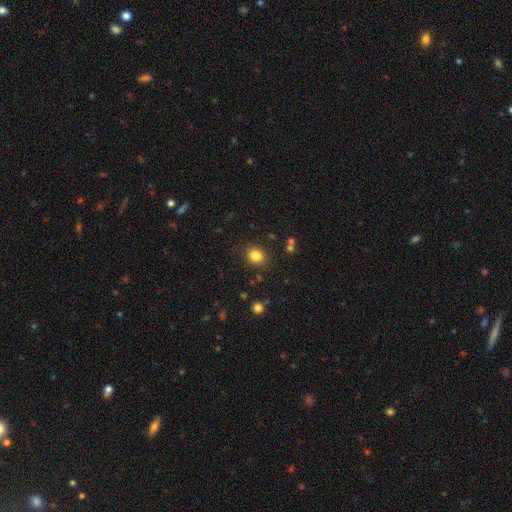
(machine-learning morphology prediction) Smooth or featured?
  - smooth: 83% *
  - star or artifact: 12%
  - featured or disk: 6%
How rounded?
  - round: 70% *
  - in between: 29%
  - cigar-shaped: 1%
Merging?
  - none: 86% *
  - minor disturbance: 9%
  - major disturbance: 3%
  - merger: 2%